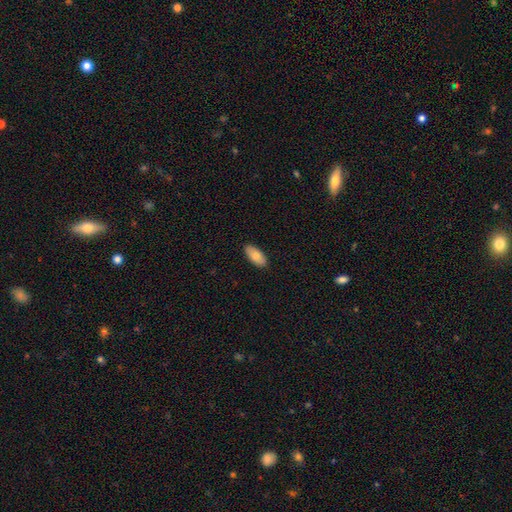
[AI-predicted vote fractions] This appears to be a smooth galaxy with no disk features (82%) that is in between round and cigar-shaped (90%). Merging: none (89%).